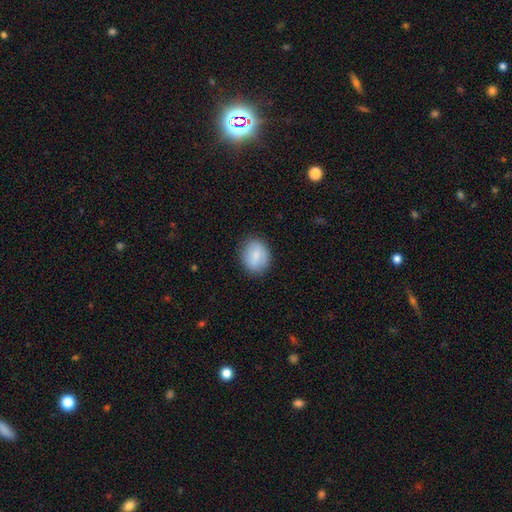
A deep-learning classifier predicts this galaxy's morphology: The model was most divided on "how rounded": round: 52%, in between: 47%, cigar-shaped: 1%. More confident: merging — none (84%); smooth or featured — smooth (79%).